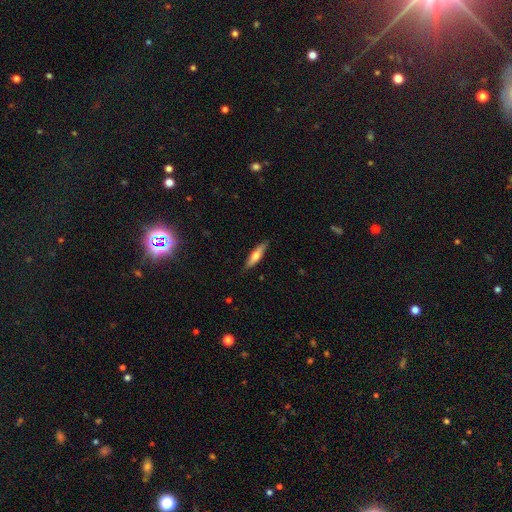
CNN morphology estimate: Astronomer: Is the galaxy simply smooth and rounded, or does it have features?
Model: smooth — 58% (runner-up: featured or disk, 36%).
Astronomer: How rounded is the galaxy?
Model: cigar-shaped — 74%.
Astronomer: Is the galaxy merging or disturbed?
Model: none — 86%.